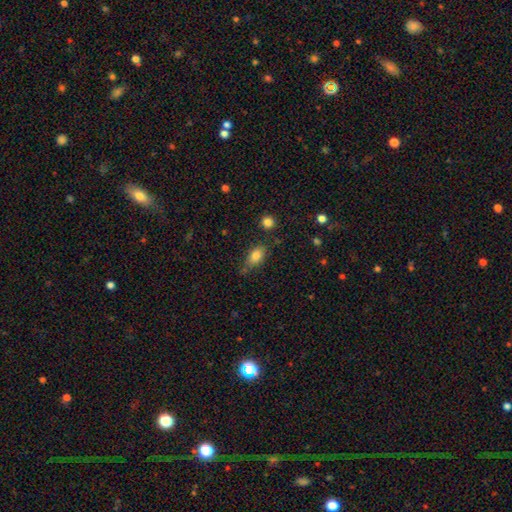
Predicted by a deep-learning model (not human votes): The model was most divided on "merging": none: 65%, minor disturbance: 23%, major disturbance: 6%, merger: 6%. More confident: how rounded — in between (84%); smooth or featured — smooth (80%).